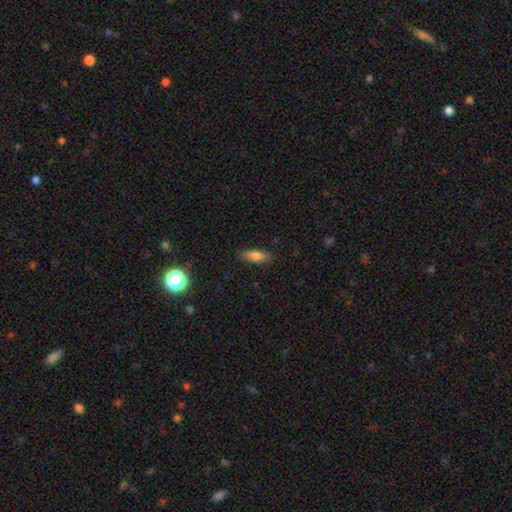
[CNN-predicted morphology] smooth 78%, featured or disk 14%, star or artifact 8%. Down the decision tree: how rounded — in between (59%); merging — none (85%).